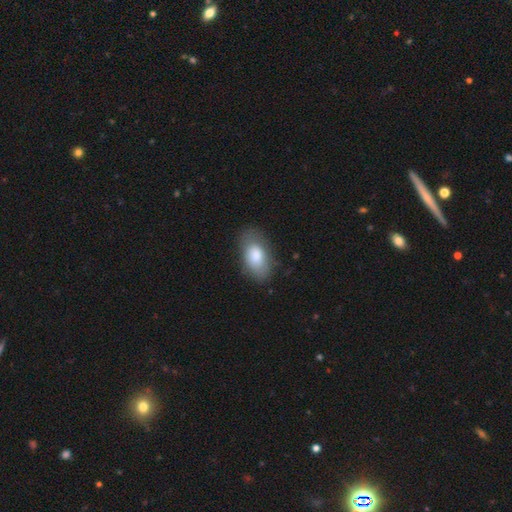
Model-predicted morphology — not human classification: Smooth or featured?
  - smooth: 81% *
  - featured or disk: 12%
  - star or artifact: 6%
How rounded?
  - in between: 93% *
  - round: 5%
  - cigar-shaped: 2%
Merging?
  - none: 73% *
  - minor disturbance: 19%
  - major disturbance: 6%
  - merger: 1%